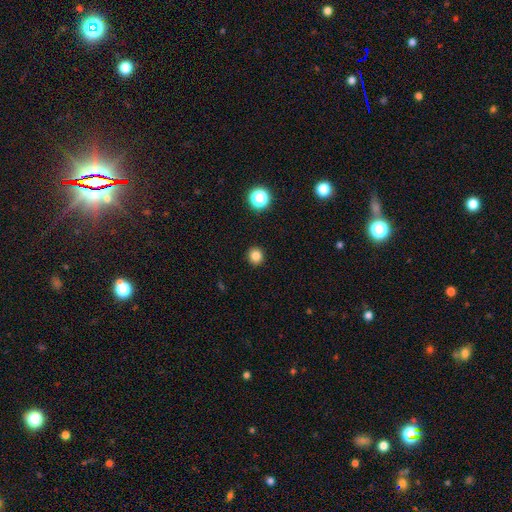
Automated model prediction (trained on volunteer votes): smooth-or-featured: smooth: 83% | star or artifact: 13% | featured or disk: 4%
  how-rounded: round: 90% | in between: 9% | cigar-shaped: 1%
  merging: none: 92% | minor disturbance: 5% | major disturbance: 2% | merger: 1%